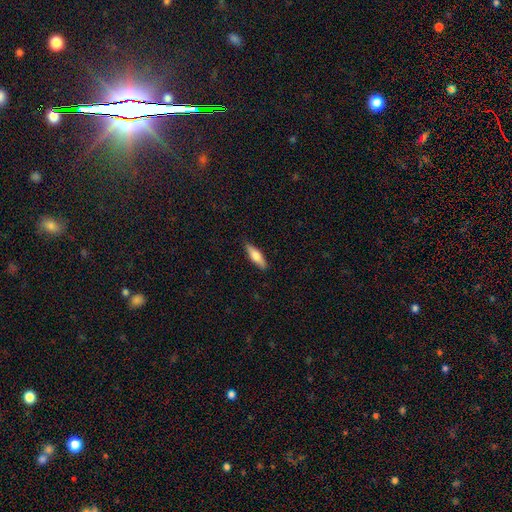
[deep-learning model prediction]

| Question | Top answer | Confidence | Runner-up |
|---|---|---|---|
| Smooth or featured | smooth | 67% | featured or disk (27%) |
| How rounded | cigar-shaped | 58% | in between (40%) |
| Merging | none | 84% | minor disturbance (13%) |